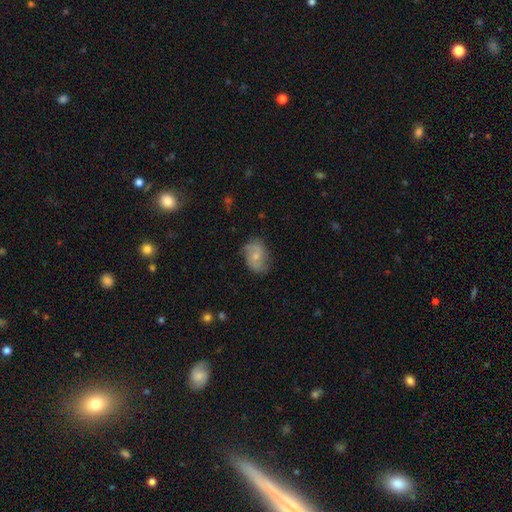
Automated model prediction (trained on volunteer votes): A smooth galaxy with no disk features (51%) that is in between round and cigar-shaped (75%). Merging: none (71%).